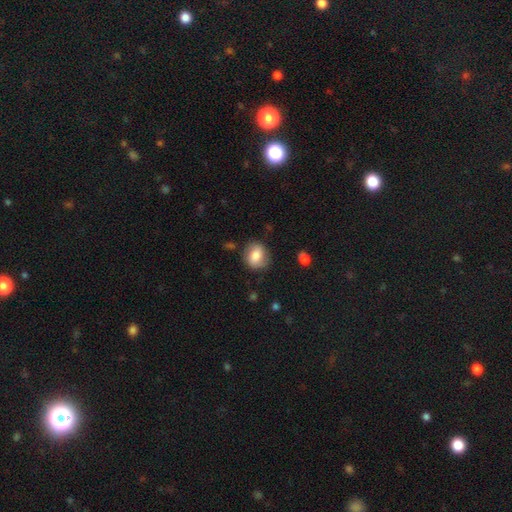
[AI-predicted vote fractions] Q: Smooth or featured?
A: smooth (75%); runner-up: featured or disk (18%)
Q: How rounded?
A: round (63%); runner-up: in between (36%)
Q: Merging?
A: none (75%); runner-up: minor disturbance (17%)